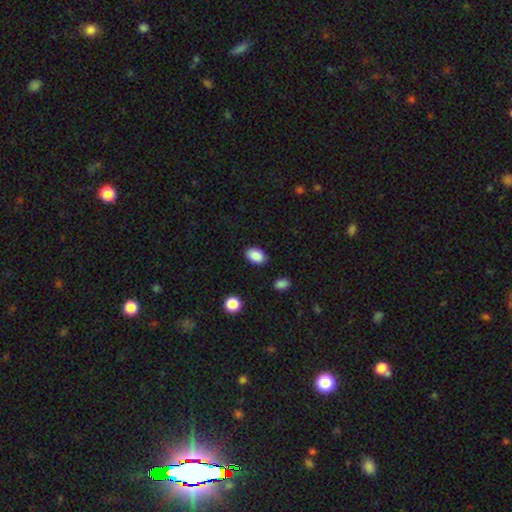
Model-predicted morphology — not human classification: Smooth or featured? Predicted: smooth (p=0.88). How rounded? Predicted: in between (p=0.84). Merging? Predicted: none (p=0.87).